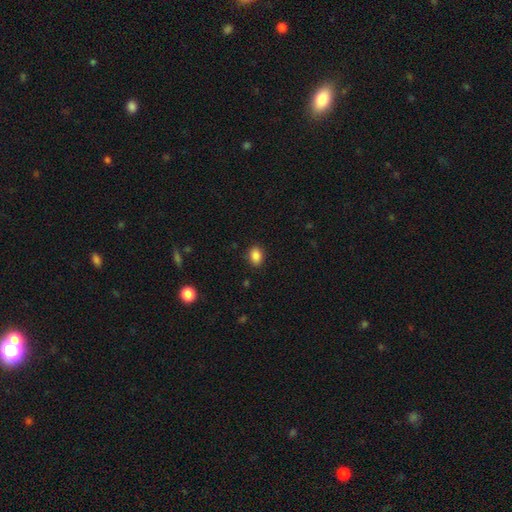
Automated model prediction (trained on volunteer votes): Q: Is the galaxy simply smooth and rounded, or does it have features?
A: smooth — 87%.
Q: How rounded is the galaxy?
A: in between — 72%.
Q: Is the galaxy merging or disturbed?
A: none — 88%.